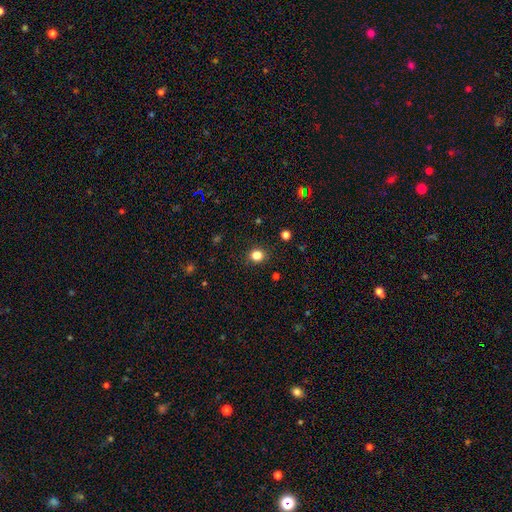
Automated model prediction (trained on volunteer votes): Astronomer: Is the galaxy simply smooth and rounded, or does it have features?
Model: smooth — 82%.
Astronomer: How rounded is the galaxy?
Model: round — 79%.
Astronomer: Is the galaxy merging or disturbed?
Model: none — 89%.